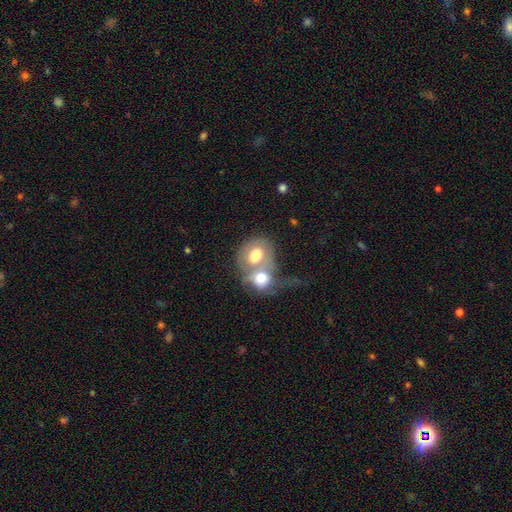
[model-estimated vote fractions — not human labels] This is possibly a smooth galaxy (57%). How rounded: possibly round (52%). Merging: likely merger (73%).